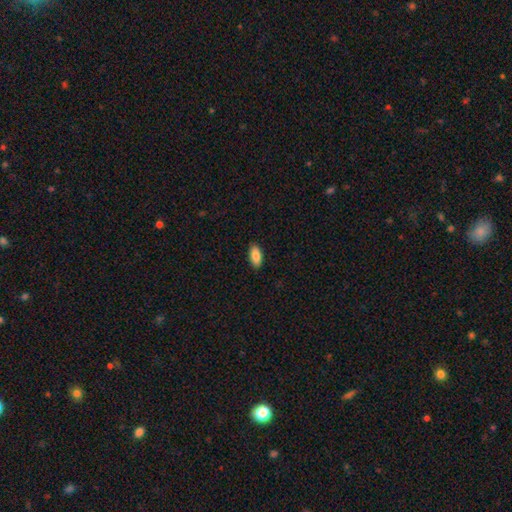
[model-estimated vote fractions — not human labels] A smooth galaxy with no disk features (87%) that is in between round and cigar-shaped (90%). Merging: none (90%).